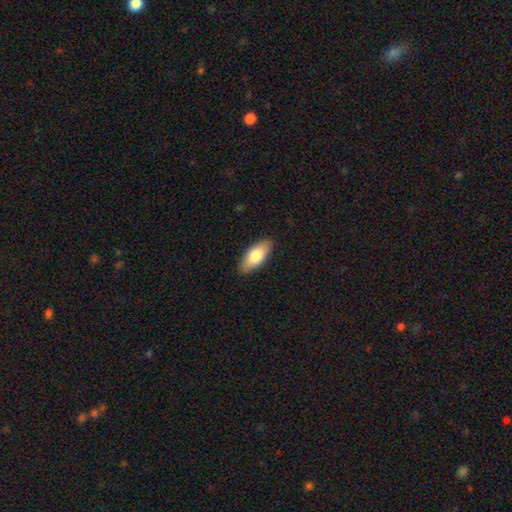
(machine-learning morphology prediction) smooth-or-featured: smooth: 77% | featured or disk: 17% | star or artifact: 6%
  how-rounded: in between: 85% | cigar-shaped: 12% | round: 2%
  merging: none: 88% | minor disturbance: 9% | major disturbance: 2% | merger: 1%